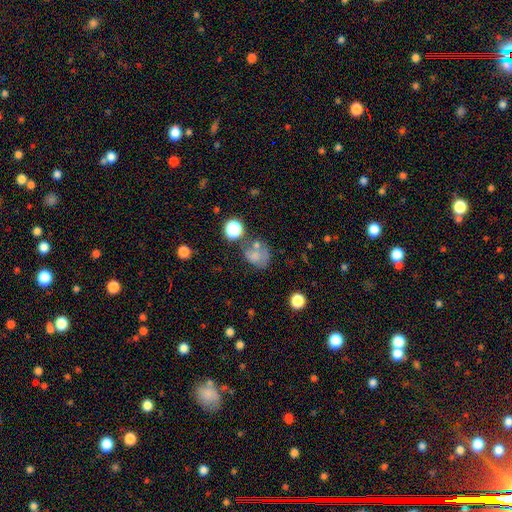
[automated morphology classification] This appears to be a smooth galaxy with no disk features (65%) that is round (59%). Merging: none (39%).